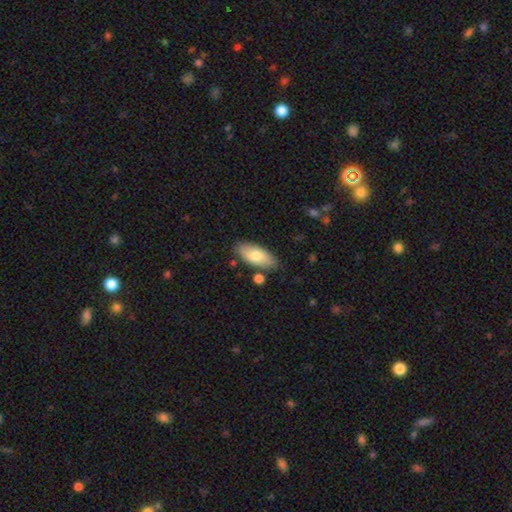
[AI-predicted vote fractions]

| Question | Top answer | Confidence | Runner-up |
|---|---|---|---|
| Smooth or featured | smooth | 75% | featured or disk (19%) |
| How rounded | in between | 88% | cigar-shaped (9%) |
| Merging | none | 82% | minor disturbance (12%) |